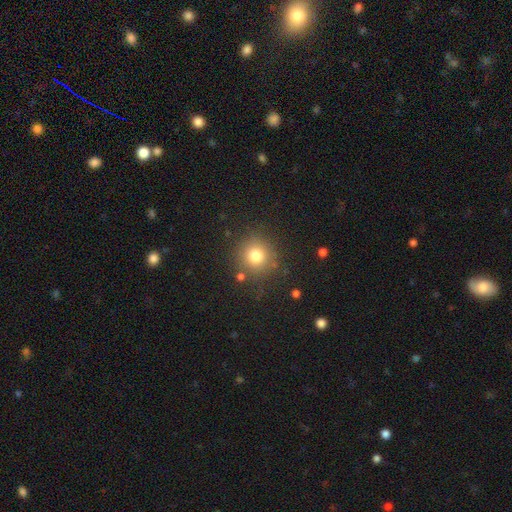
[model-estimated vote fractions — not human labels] A smooth galaxy with no disk features (78%) that is round (92%).

Vote fractions:
- Smooth or featured? smooth: 78% / star or artifact: 14% / featured or disk: 8%
- How rounded? round: 92% / in between: 7% / cigar-shaped: 1%
- Merging? none: 83% / minor disturbance: 10% / major disturbance: 4% / merger: 4%